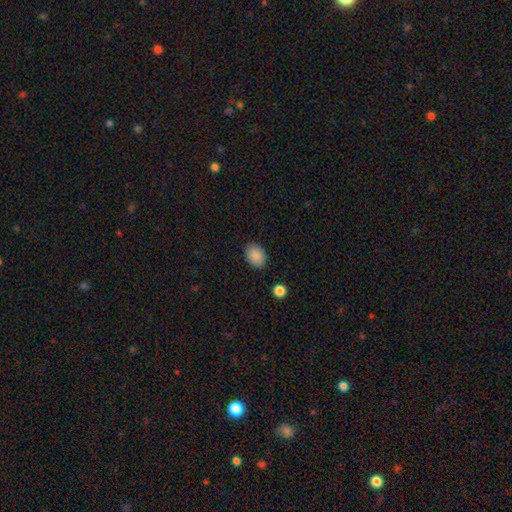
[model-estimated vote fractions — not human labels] This is clearly a smooth galaxy (88%). How rounded: likely in between (70%). Merging: clearly none (86%).